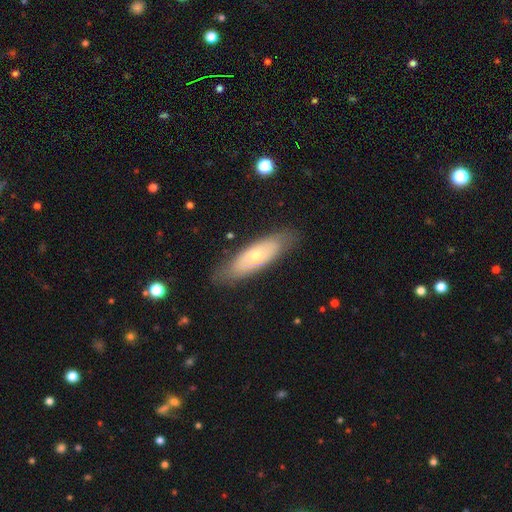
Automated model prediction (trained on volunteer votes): Q: Smooth or featured?
A: smooth (50%); runner-up: featured or disk (44%)
Q: Merging?
A: none (79%); runner-up: minor disturbance (16%)